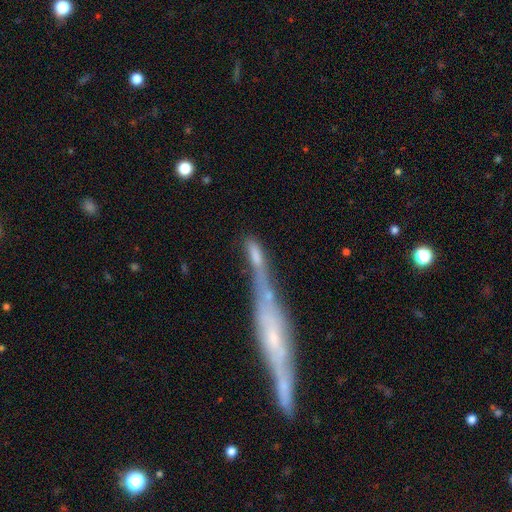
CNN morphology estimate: type=smooth (64%); roundness=cigar-shaped (65%); merging=merger (45%).